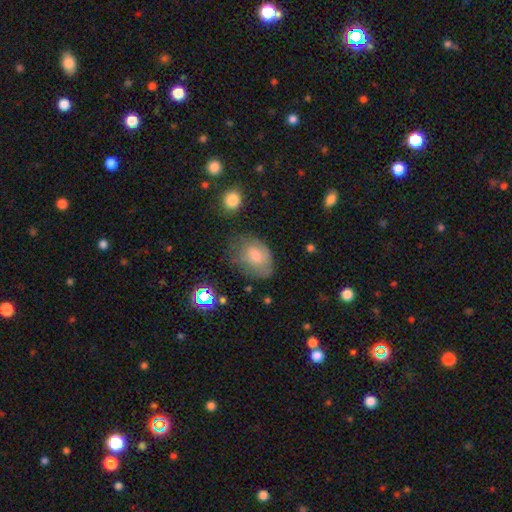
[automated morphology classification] Smooth or featured? Predicted: smooth (p=0.59). How rounded? Predicted: in between (p=0.76). Merging? Predicted: none (p=0.52).